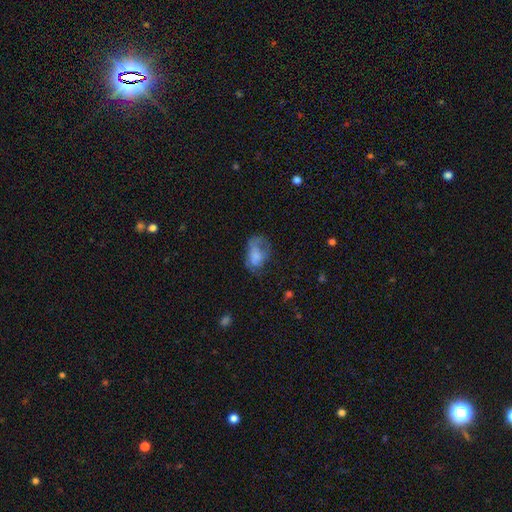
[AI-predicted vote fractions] Overall: smooth (64%; featured or disk 26%). How rounded: in between (83%). Merging: major disturbance (39%; none 30%).